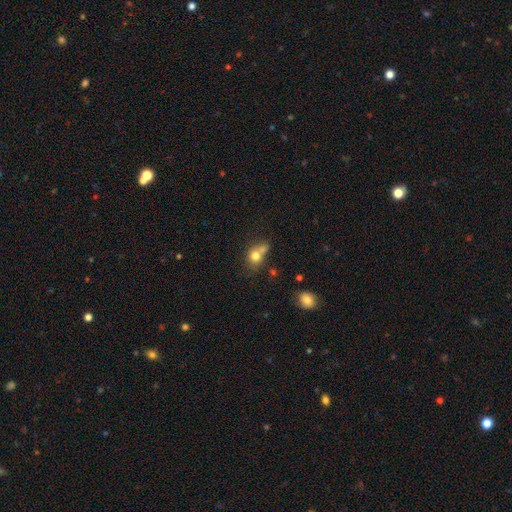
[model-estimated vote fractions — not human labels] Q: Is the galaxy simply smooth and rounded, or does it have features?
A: smooth — 75%.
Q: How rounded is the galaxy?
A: round — 63%.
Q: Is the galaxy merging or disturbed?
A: merger — 44%.